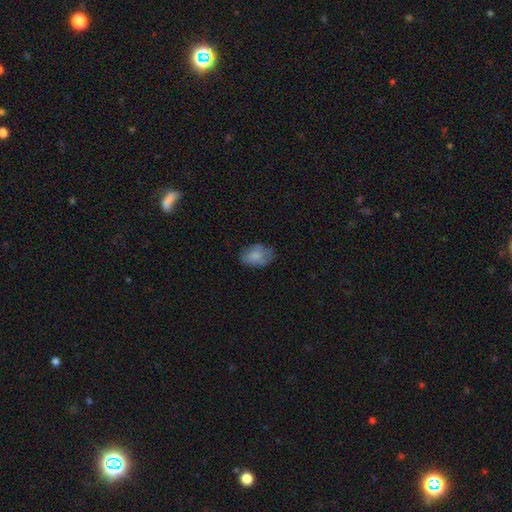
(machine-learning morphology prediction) Q: Smooth or featured?
A: smooth (79%); runner-up: featured or disk (13%)
Q: How rounded?
A: in between (83%); runner-up: round (16%)
Q: Merging?
A: none (67%); runner-up: minor disturbance (24%)